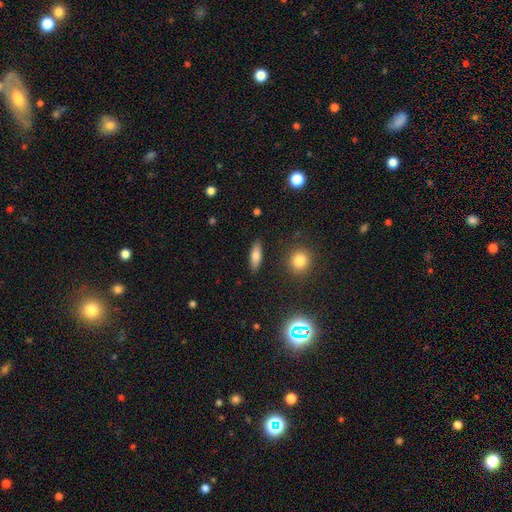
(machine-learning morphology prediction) Overall: smooth (76%). How rounded: in between (60%; cigar-shaped 35%). Merging: none (88%).